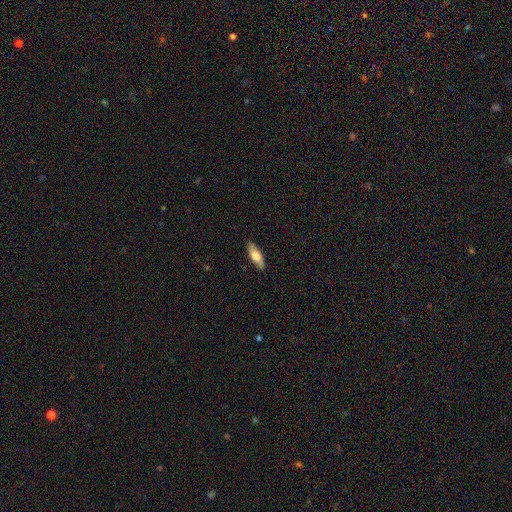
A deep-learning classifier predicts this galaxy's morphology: smooth-or-featured: smooth: 67% | featured or disk: 28% | star or artifact: 6%
  how-rounded: in between: 56% | cigar-shaped: 41% | round: 2%
  merging: none: 86% | minor disturbance: 11% | major disturbance: 2% | merger: 1%